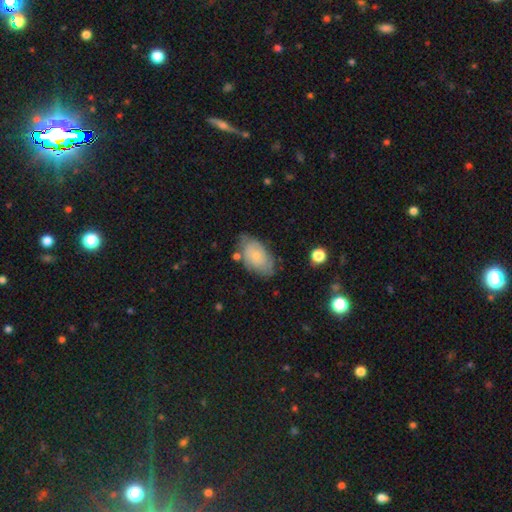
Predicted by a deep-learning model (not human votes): The model was most divided on "smooth or featured": smooth: 62%, featured or disk: 31%, star or artifact: 7%. More confident: how rounded — in between (93%); merging — none (64%).